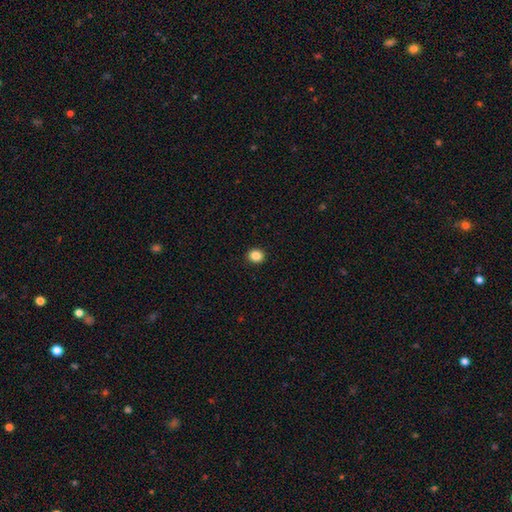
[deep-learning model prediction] smooth 86%, star or artifact 10%, featured or disk 4%. Down the decision tree: how rounded — round (77%); merging — none (92%).